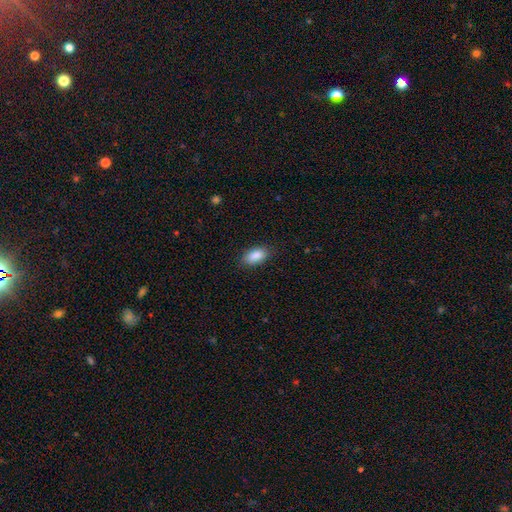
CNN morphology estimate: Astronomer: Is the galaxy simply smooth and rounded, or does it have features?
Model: smooth — 89%.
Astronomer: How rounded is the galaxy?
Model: in between — 92%.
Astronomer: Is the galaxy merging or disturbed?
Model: none — 85%.